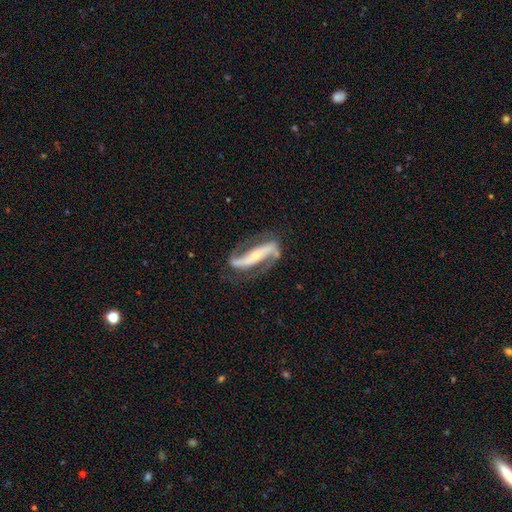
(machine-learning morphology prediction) featured or disk 90%, smooth 6%, star or artifact 4%. Down the decision tree: edge-on disk — no (90%); bar — strong (64%); spiral arms — yes (96%); spiral arm count — 2 (92%); spiral winding — medium (41%, tied with loose); bulge size — small (65%); merging — none (76%).